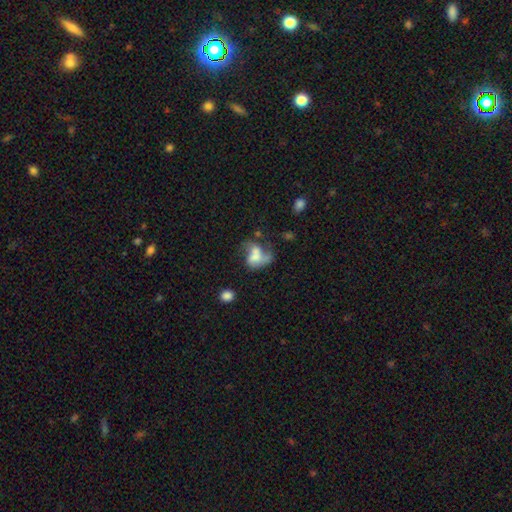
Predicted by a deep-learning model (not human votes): Smooth or featured?
  - smooth: 48% *
  - featured or disk: 41%
  - star or artifact: 11%
Merging?
  - merger: 34% *
  - major disturbance: 31%
  - none: 20%
  - minor disturbance: 16%